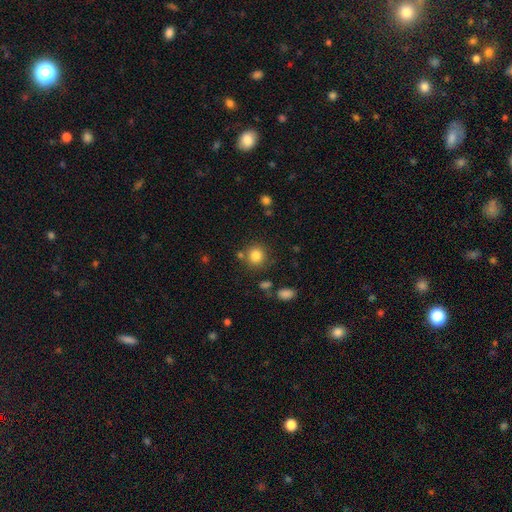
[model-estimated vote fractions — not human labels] smooth_or_featured: smooth (p=0.82) [alt: star or artifact p=0.11]
how_rounded: round (p=0.88) [alt: in between p=0.11]
merging: none (p=0.78) [alt: minor disturbance p=0.10]